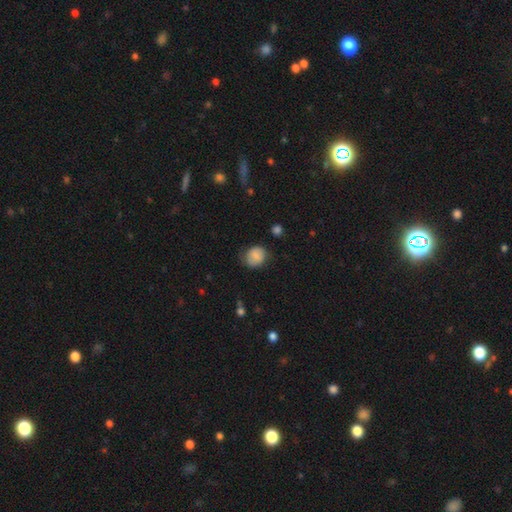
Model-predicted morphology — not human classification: Smooth or featured? Predicted: smooth (p=0.79). How rounded? Predicted: round (p=0.68). Merging? Predicted: none (p=0.67).